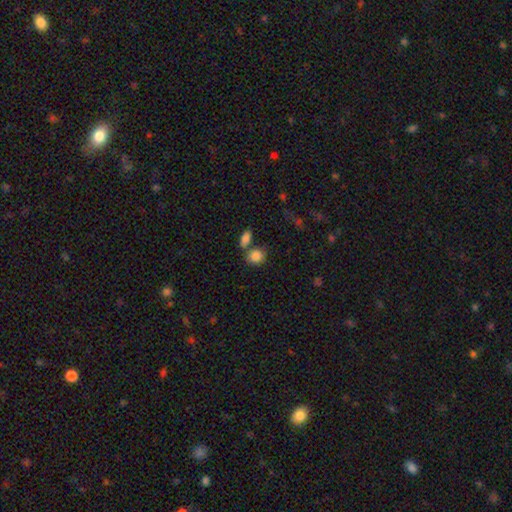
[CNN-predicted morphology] A smooth galaxy with no disk features (86%) that is round (55%). Merging: none (58%).